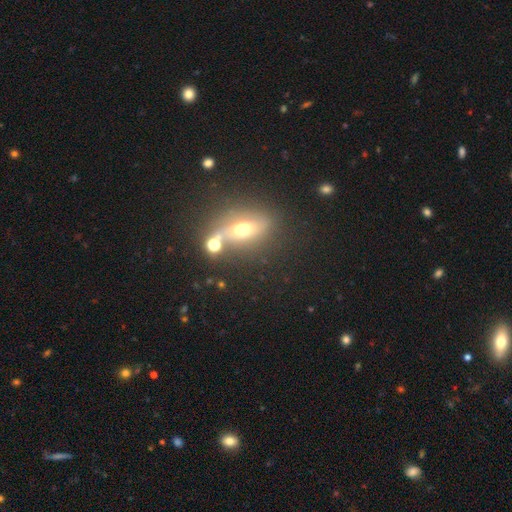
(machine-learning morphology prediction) Smooth or featured?
  - smooth: 43% *
  - featured or disk: 33%
  - star or artifact: 25%
Merging?
  - none: 59% *
  - merger: 25%
  - minor disturbance: 10%
  - major disturbance: 6%